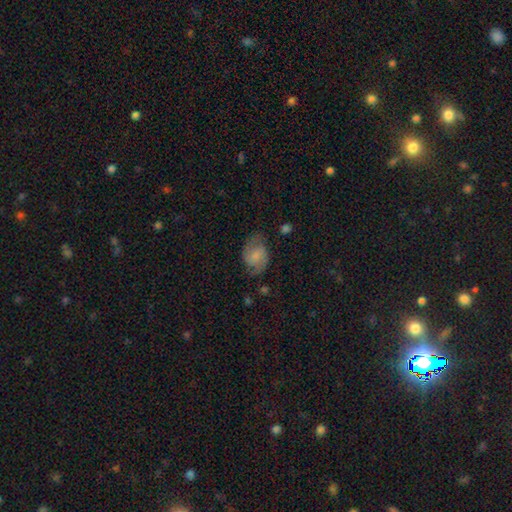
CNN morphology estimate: This appears to be a featured or disk galaxy (48%). Merging: none (62%).